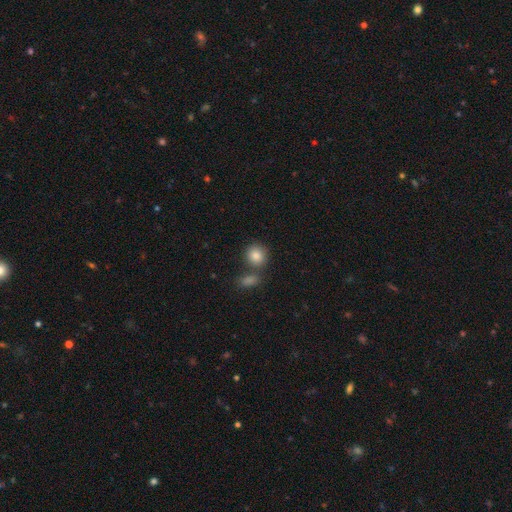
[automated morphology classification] type=smooth (85%); roundness=round (77%); merging=none (60%).